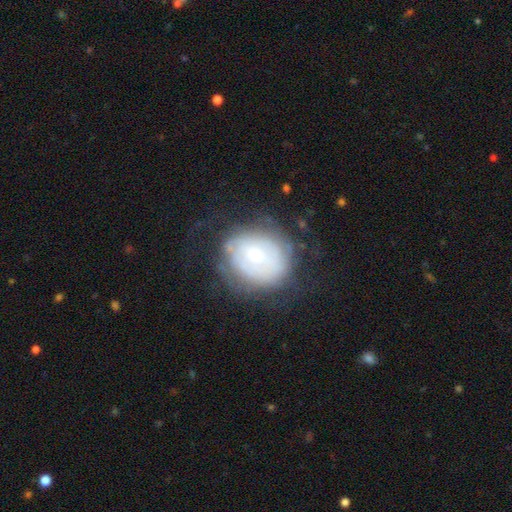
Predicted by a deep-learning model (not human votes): Smooth or featured? featured or disk (53%)
Edge-on disk? no (97%)
Bar? no (66%)
Spiral arms? yes (61%)
Bulge size? small (48%)
Merging? none (62%)